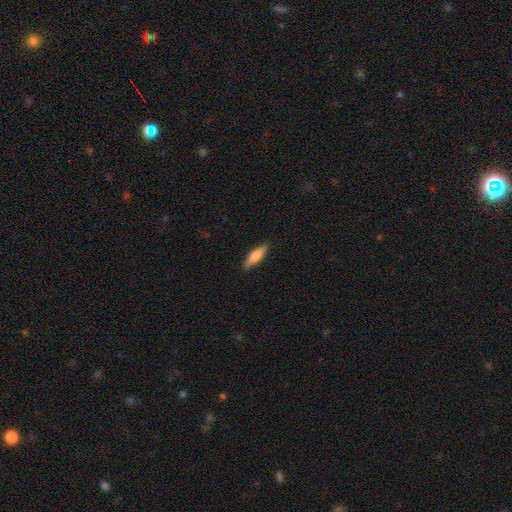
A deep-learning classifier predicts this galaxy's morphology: Overall: smooth (69%). How rounded: cigar-shaped (63%; in between 35%). Merging: none (88%).